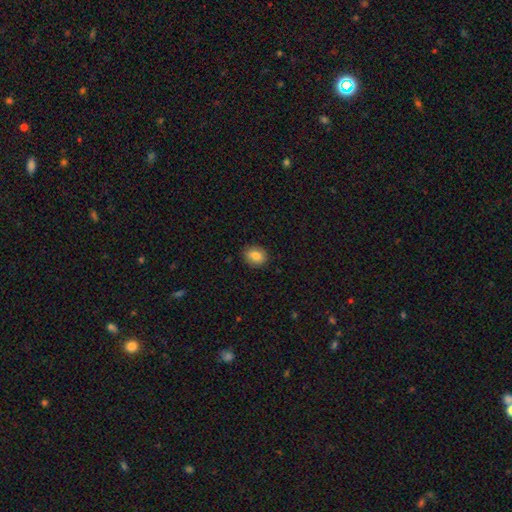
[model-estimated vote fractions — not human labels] Smooth or featured: smooth — 83% (star or artifact — 9%)
How rounded: round — 56% (in between — 43%)
Merging: none — 88% (minor disturbance — 9%)